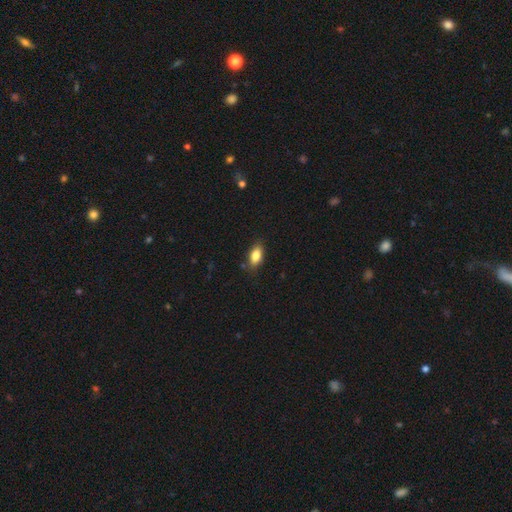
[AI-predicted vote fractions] Smooth or featured: smooth — 84% (star or artifact — 8%)
How rounded: in between — 88% (cigar-shaped — 7%)
Merging: none — 82% (minor disturbance — 13%)